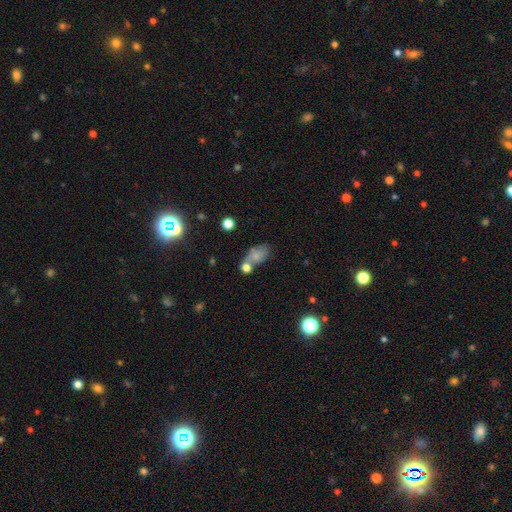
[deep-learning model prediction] Smooth or featured: smooth — 72% (featured or disk — 16%)
How rounded: in between — 85% (round — 11%)
Merging: none — 44% (merger — 28%)